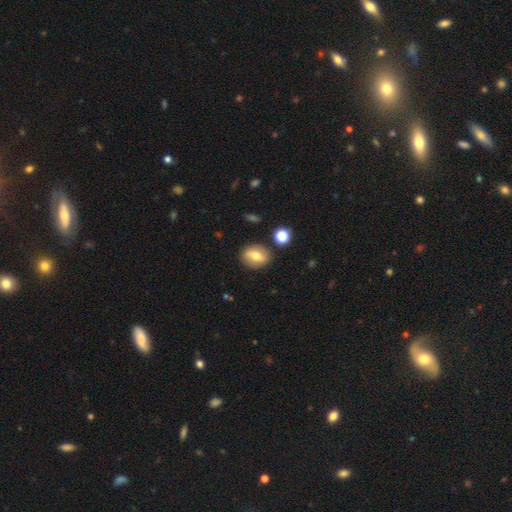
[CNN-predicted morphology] Overall: smooth (61%; featured or disk 29%). How rounded: in between (50%; round 47%). Merging: none (85%).